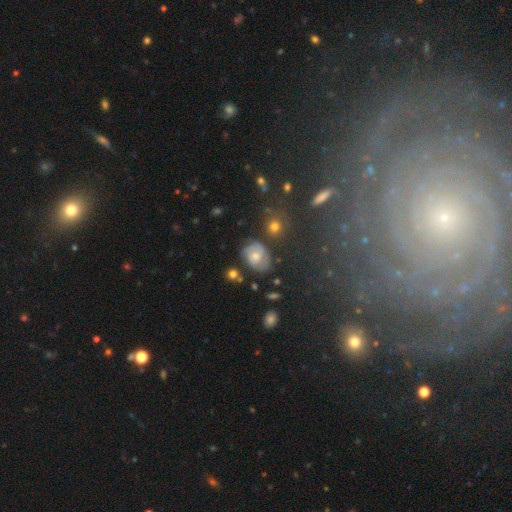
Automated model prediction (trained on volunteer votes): The model was most divided on "smooth or featured": smooth: 45%, featured or disk: 44%, star or artifact: 11%. More confident: merging — none (58%).